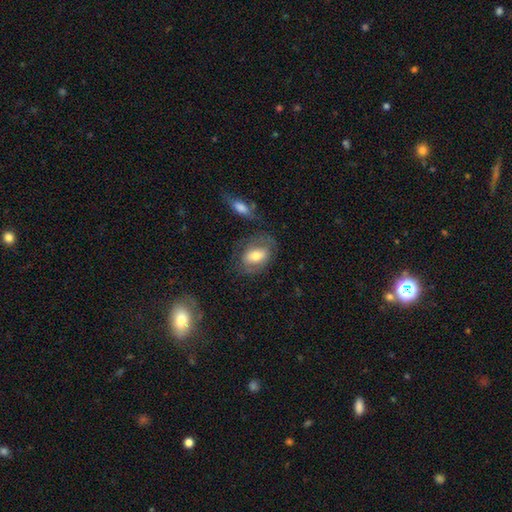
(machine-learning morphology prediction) smooth_or_featured: smooth (p=0.56) [alt: featured or disk p=0.37]
how_rounded: in between (p=0.79) [alt: round p=0.18]
merging: none (p=0.61) [alt: minor disturbance p=0.20]